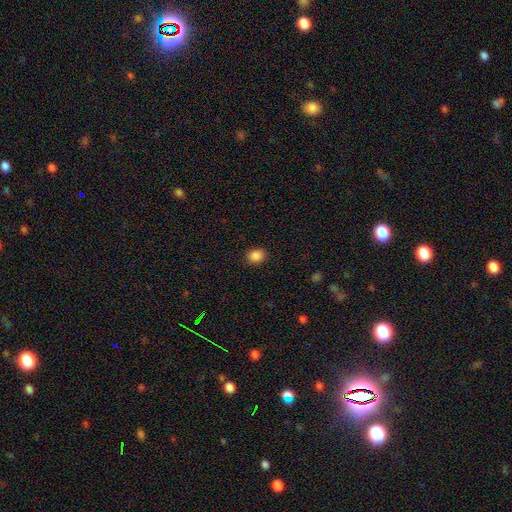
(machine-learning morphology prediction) This is clearly a smooth galaxy (87%). How rounded: possibly round (50%). Merging: clearly none (89%).